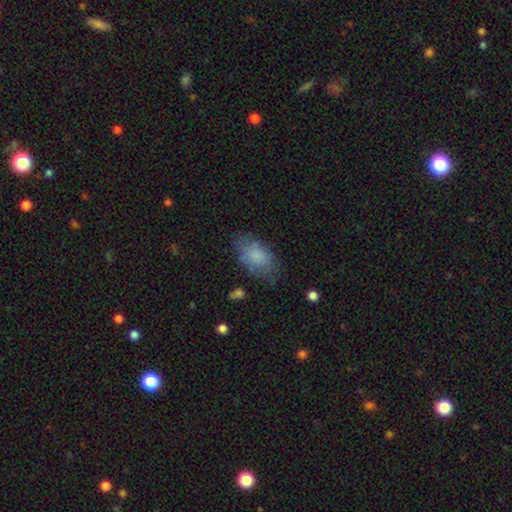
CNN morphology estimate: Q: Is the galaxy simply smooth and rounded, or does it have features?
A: smooth — 80%.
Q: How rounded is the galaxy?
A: in between — 91%.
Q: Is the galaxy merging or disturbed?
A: none — 66%.